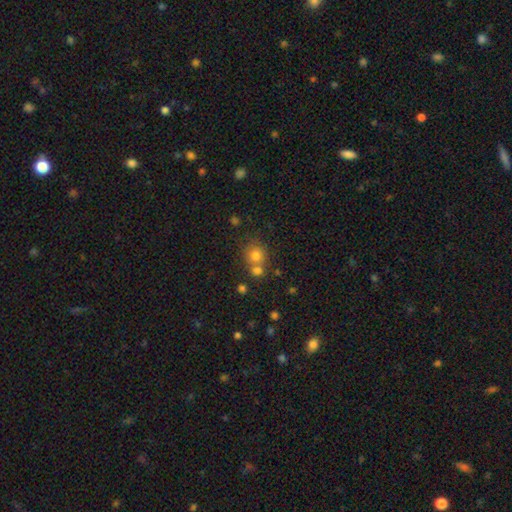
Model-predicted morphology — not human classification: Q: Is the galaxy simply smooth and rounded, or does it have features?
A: smooth — 76%.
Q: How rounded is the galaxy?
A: round — 85%.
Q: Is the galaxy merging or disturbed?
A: none — 56%.